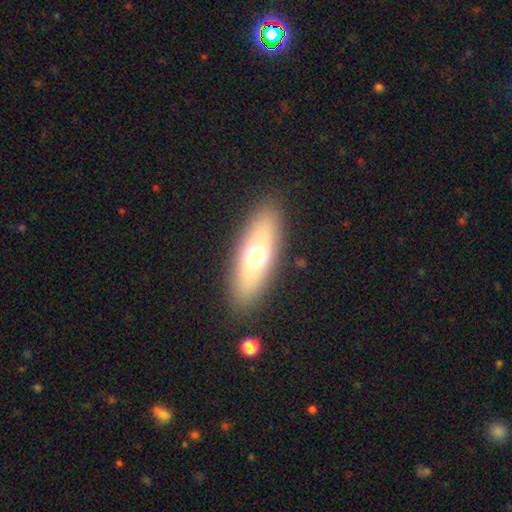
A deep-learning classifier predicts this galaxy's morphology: smooth 63%, featured or disk 29%, star or artifact 8%. Down the decision tree: how rounded — in between (64%); merging — none (87%).